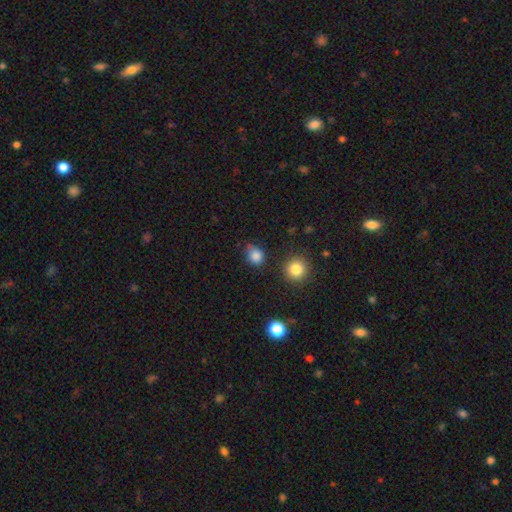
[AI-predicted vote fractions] Smooth or featured? smooth (84%)
How rounded? round (58%)
Merging? none (66%)